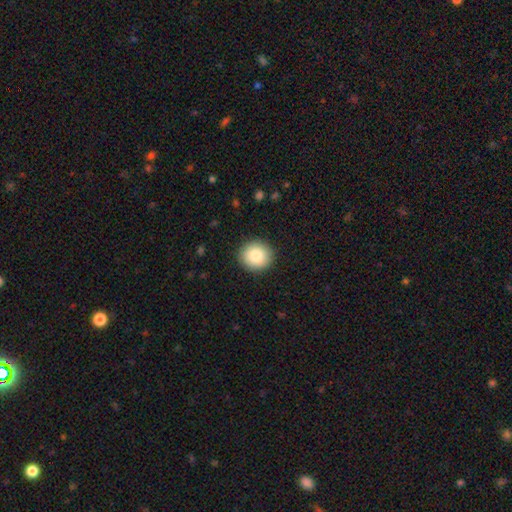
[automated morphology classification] This is clearly a smooth galaxy (85%). How rounded: clearly round (89%). Merging: clearly none (91%).